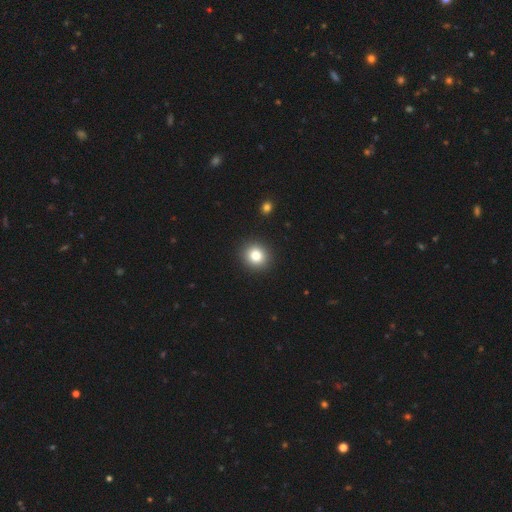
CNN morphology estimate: This appears to be a smooth galaxy with no disk features (82%) that is round (86%). Merging: none (92%).